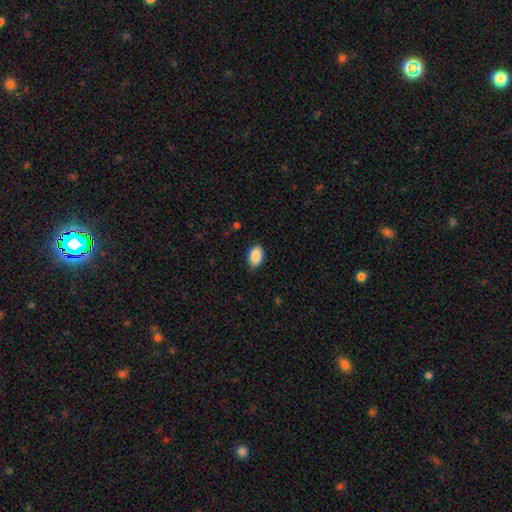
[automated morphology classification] Q: Smooth or featured?
A: smooth (90%); runner-up: star or artifact (7%)
Q: How rounded?
A: in between (91%); runner-up: round (8%)
Q: Merging?
A: none (85%); runner-up: minor disturbance (12%)